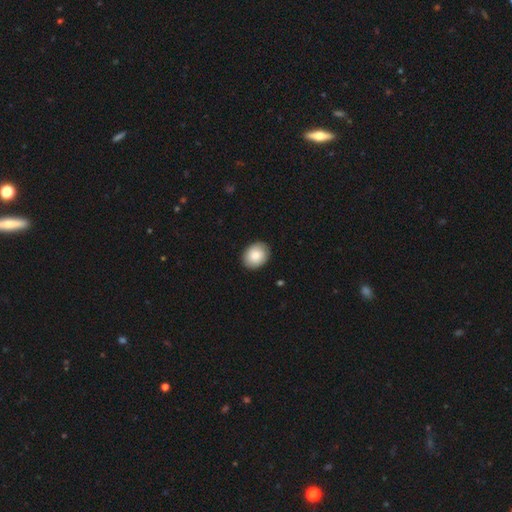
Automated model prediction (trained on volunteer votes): Overall: smooth (85%). How rounded: in between (57%; round 43%). Merging: none (88%).